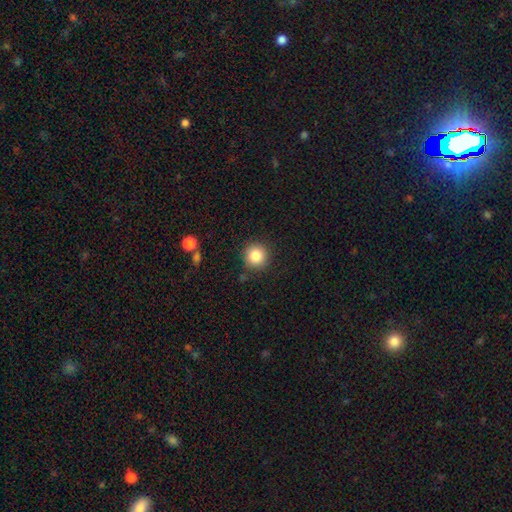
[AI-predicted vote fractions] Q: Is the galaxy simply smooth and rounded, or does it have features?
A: smooth — 84%.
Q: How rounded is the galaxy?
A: round — 94%.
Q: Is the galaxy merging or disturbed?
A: none — 87%.